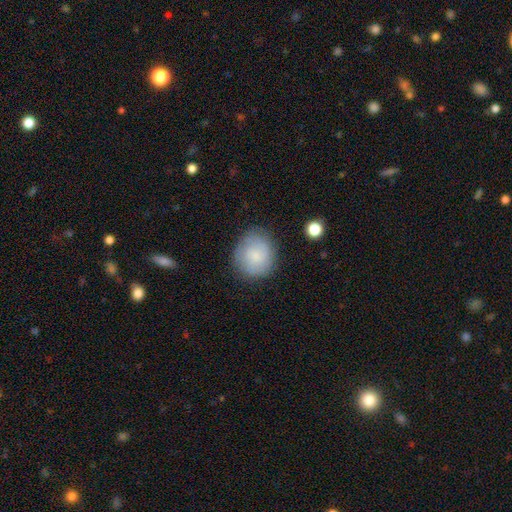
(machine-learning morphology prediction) Q: Smooth or featured?
A: smooth (74%); runner-up: featured or disk (18%)
Q: How rounded?
A: round (80%); runner-up: in between (19%)
Q: Merging?
A: none (77%); runner-up: minor disturbance (17%)